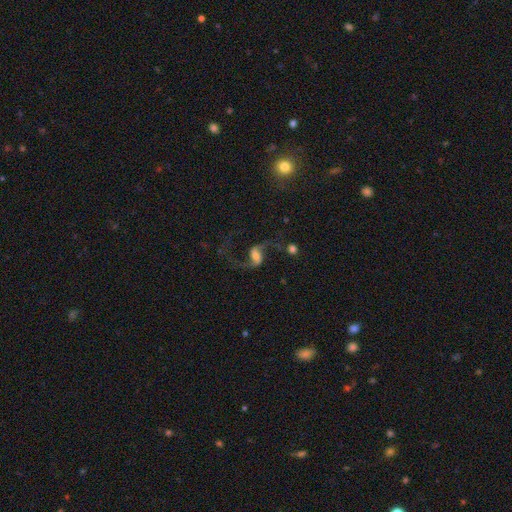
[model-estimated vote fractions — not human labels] The model was most divided on "bulge size": moderate: 46%, small: 29%, large: 14%, none: 8%, dominant: 3%. Remaining: edge-on disk — no (97%); spiral arms — yes (96%); spiral arm count — 2 (92%); smooth or featured — featured or disk (86%); spiral winding — loose (83%); merging — none (62%); bar — weak (47%).